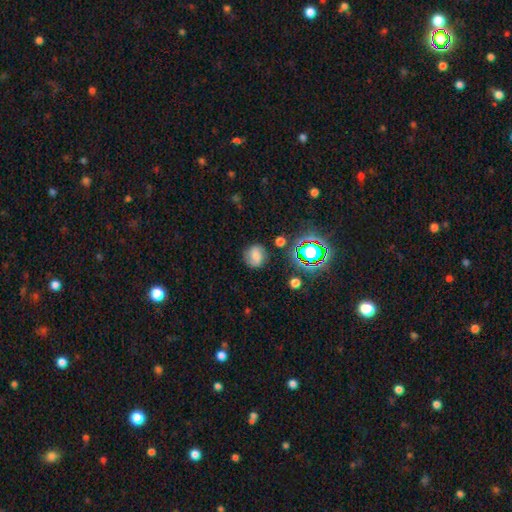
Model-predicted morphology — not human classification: Smooth or featured? Predicted: smooth (p=0.57). How rounded? Predicted: round (p=0.76). Merging? Predicted: none (p=0.78).